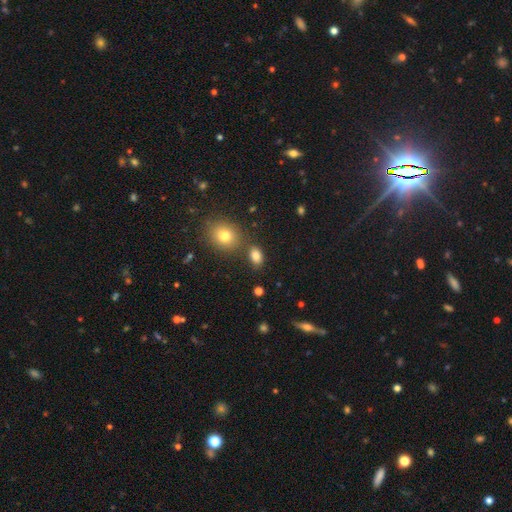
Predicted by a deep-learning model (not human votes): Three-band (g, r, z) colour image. It shows a smooth galaxy with no disk features (83%) that is in between round and cigar-shaped (81%). Merging: none (74%).